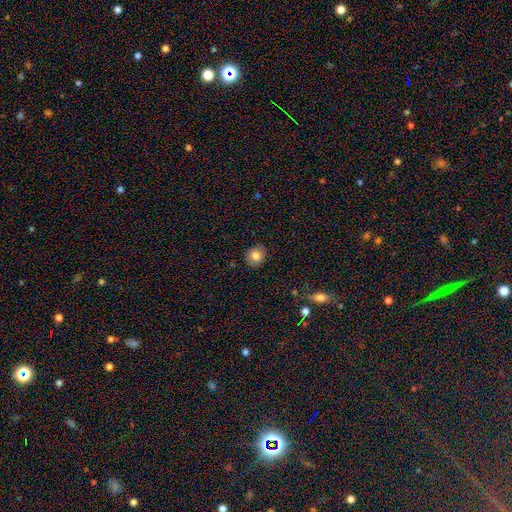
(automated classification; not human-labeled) smooth-or-featured: smooth: 81% | star or artifact: 10% | featured or disk: 9%
  how-rounded: round: 73% | in between: 26% | cigar-shaped: 1%
  merging: none: 87% | minor disturbance: 9% | major disturbance: 2% | merger: 1%